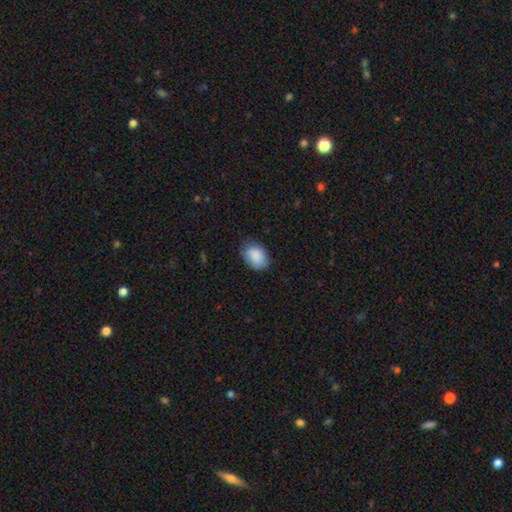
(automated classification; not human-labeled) The model was most divided on "merging": none: 75%, minor disturbance: 20%, major disturbance: 4%, merger: 1%. More confident: smooth or featured — smooth (88%); how rounded — in between (79%).